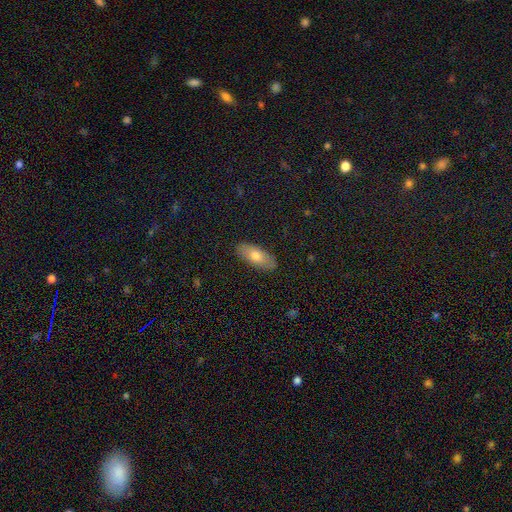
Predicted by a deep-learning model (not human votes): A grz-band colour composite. It shows a smooth galaxy with no disk features (71%) that is in between round and cigar-shaped (80%). Merging: none (88%).